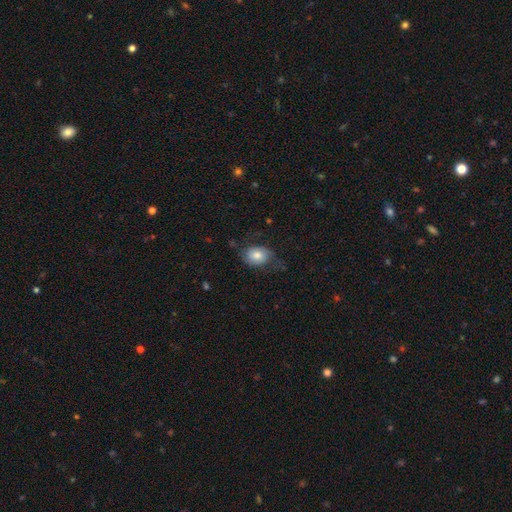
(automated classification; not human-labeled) Overall: smooth (63%; featured or disk 29%). How rounded: in between (65%; round 33%). Merging: none (54%; minor disturbance 27%).